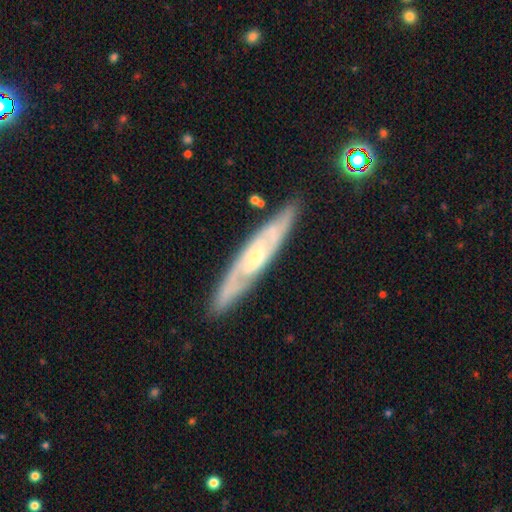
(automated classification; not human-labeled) Smooth or featured? featured or disk (80%)
Edge-on disk? no (58%)
Merging? none (84%)